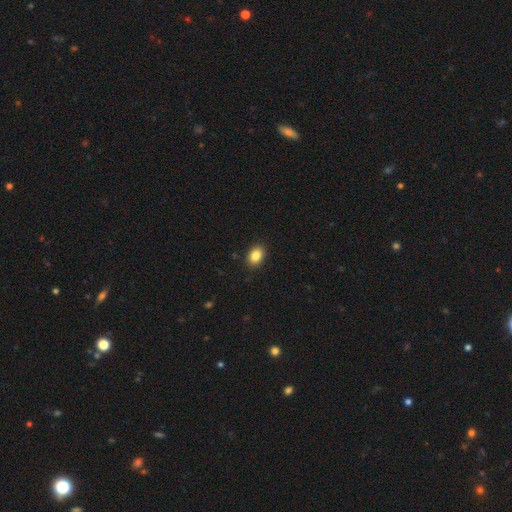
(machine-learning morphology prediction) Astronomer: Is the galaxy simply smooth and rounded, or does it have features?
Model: smooth — 86%.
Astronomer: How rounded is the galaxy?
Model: in between — 73%.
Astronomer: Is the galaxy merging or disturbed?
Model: none — 90%.